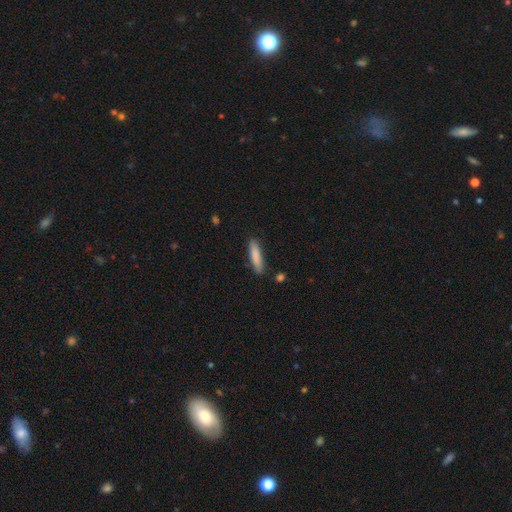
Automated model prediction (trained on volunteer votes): This appears to be a smooth galaxy with no disk features (84%) that is cigar-shaped (80%). Merging: none (86%).